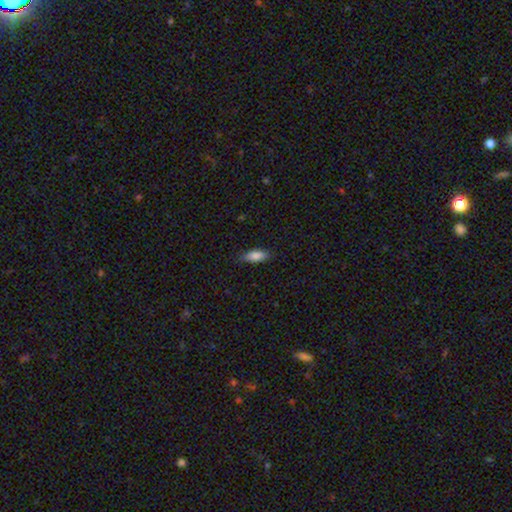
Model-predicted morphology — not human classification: Overall: smooth (85%). How rounded: in between (75%). Merging: none (82%).